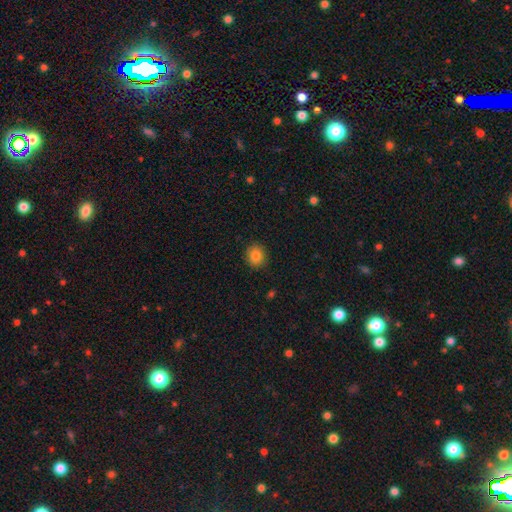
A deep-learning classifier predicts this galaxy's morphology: type=smooth (83%); roundness=round (83%); merging=none (90%).